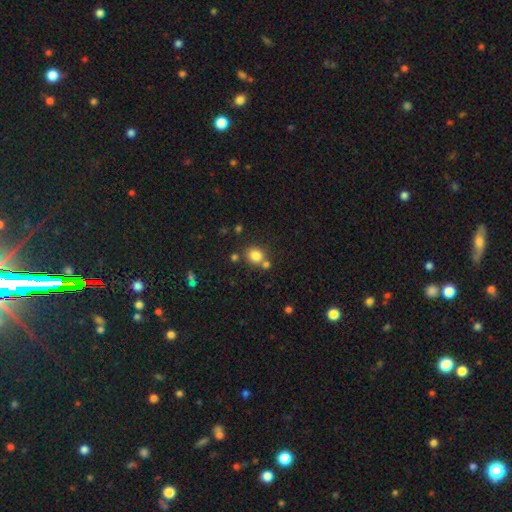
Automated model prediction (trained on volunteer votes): Overall: smooth (82%). How rounded: round (77%). Merging: none (67%).